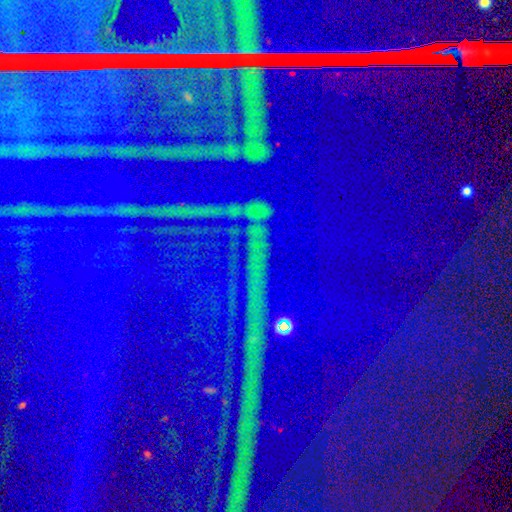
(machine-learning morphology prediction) smooth-or-featured: star or artifact: 83% | featured or disk: 9% | smooth: 7%